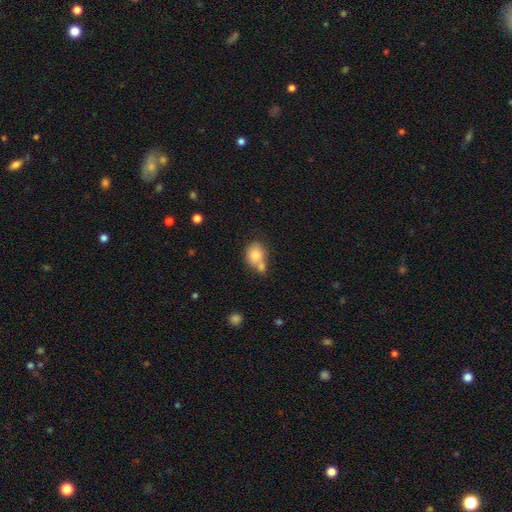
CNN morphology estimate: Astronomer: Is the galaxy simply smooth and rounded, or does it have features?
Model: smooth — 79%.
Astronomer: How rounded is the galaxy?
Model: round — 53% (runner-up: in between, 46%).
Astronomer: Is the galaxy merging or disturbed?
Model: merger — 43% (runner-up: none, 39%).